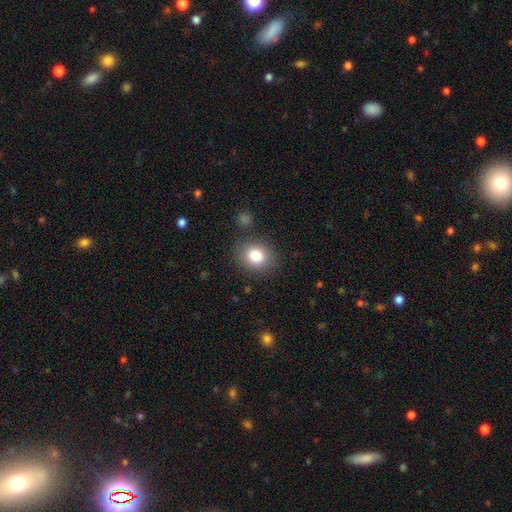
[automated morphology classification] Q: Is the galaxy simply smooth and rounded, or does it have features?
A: smooth — 83%.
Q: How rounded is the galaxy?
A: round — 66%.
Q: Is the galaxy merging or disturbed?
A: none — 83%.